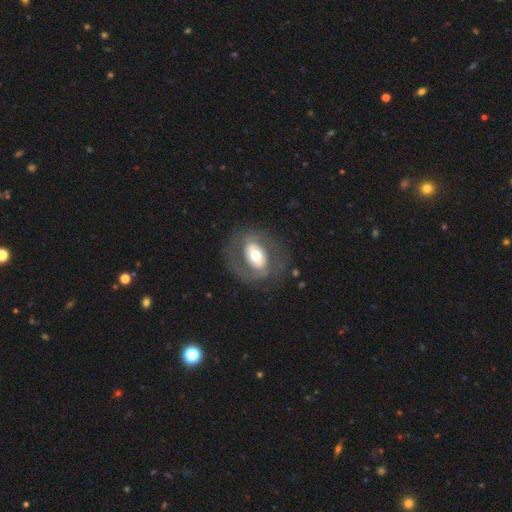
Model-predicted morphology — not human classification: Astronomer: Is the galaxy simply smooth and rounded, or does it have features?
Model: featured or disk — 63%.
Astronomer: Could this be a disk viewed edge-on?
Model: no — 95%.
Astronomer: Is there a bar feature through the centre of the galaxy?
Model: no — 48% (runner-up: weak, 27%).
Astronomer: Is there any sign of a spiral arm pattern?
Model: no — 51% (runner-up: yes, 49%).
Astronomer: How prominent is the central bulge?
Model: moderate — 64%.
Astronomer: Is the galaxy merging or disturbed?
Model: none — 72%.